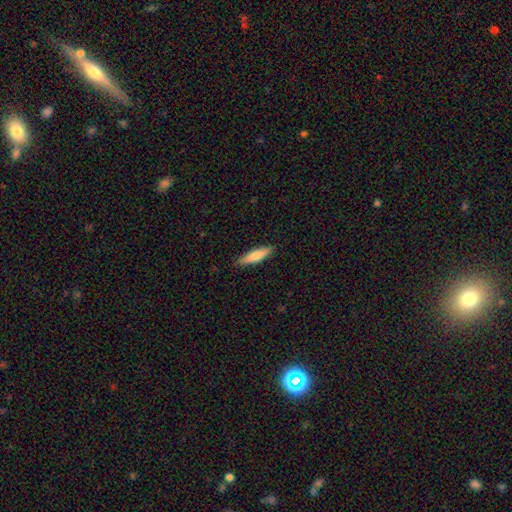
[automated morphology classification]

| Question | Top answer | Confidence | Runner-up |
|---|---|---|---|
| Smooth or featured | smooth | 73% | featured or disk (21%) |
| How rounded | cigar-shaped | 73% | in between (25%) |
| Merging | none | 89% | minor disturbance (8%) |